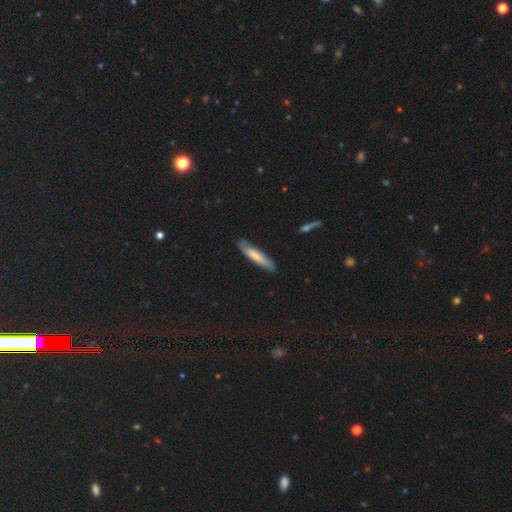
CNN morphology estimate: smooth-or-featured: smooth: 66% | featured or disk: 28% | star or artifact: 5%
  how-rounded: cigar-shaped: 85% | in between: 14% | round: 1%
  merging: none: 79% | minor disturbance: 17% | major disturbance: 3% | merger: 2%